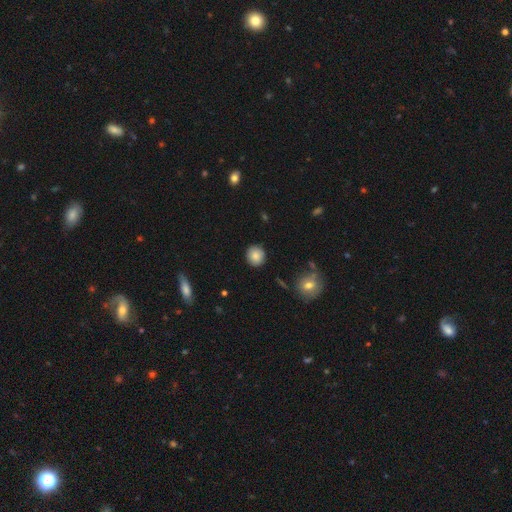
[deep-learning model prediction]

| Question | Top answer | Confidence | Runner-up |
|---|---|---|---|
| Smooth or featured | smooth | 83% | star or artifact (9%) |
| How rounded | round | 88% | in between (11%) |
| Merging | none | 89% | minor disturbance (8%) |